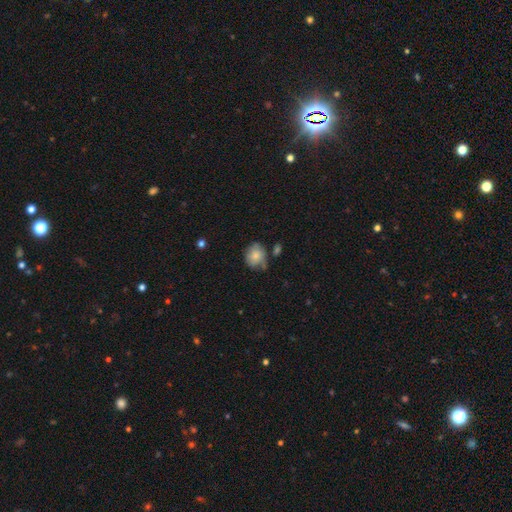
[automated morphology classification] Smooth or featured?
  - smooth: 76% *
  - featured or disk: 16%
  - star or artifact: 8%
How rounded?
  - round: 66% *
  - in between: 33%
  - cigar-shaped: 1%
Merging?
  - none: 55% *
  - minor disturbance: 30%
  - major disturbance: 9%
  - merger: 7%